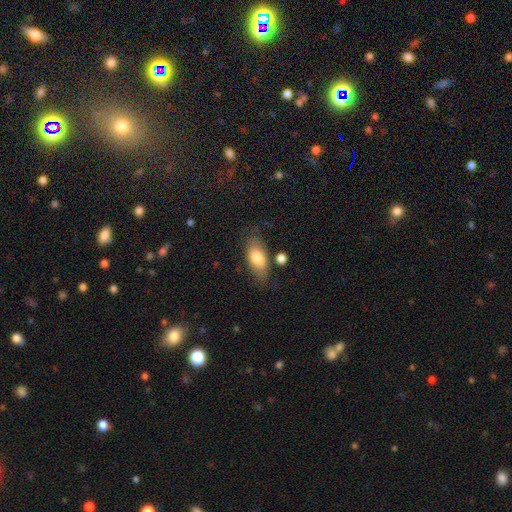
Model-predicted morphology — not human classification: Smooth or featured? Predicted: smooth (p=0.78). How rounded? Predicted: in between (p=0.87). Merging? Predicted: none (p=0.72).